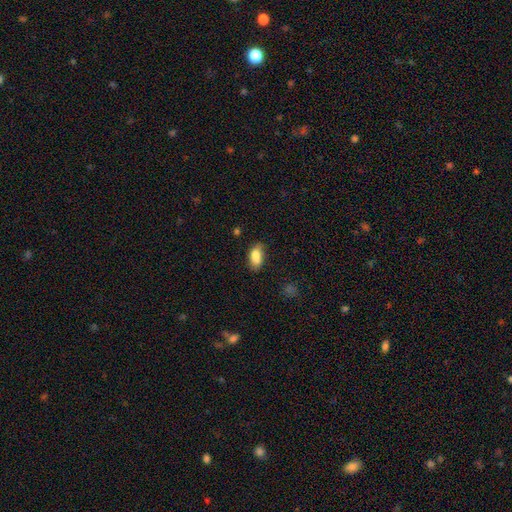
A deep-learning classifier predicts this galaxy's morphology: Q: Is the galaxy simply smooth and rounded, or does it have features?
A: smooth — 82%.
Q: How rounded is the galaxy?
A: in between — 90%.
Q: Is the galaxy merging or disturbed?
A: none — 70%.